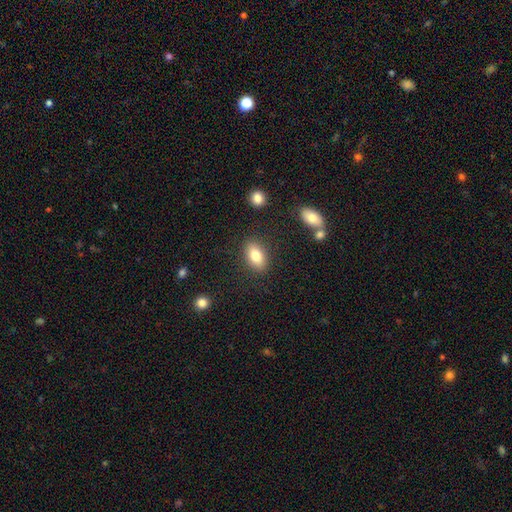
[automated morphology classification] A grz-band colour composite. It shows a smooth galaxy with no disk features (78%) that is in between round and cigar-shaped (87%). Merging: none (85%).